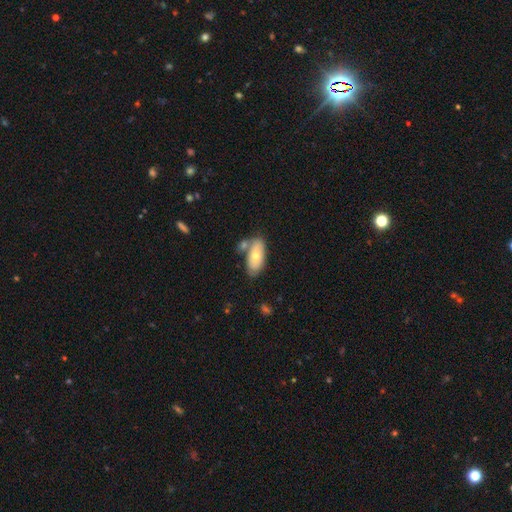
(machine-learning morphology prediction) A smooth galaxy with no disk features (67%) that is in between round and cigar-shaped (90%). Merging: none (55%).